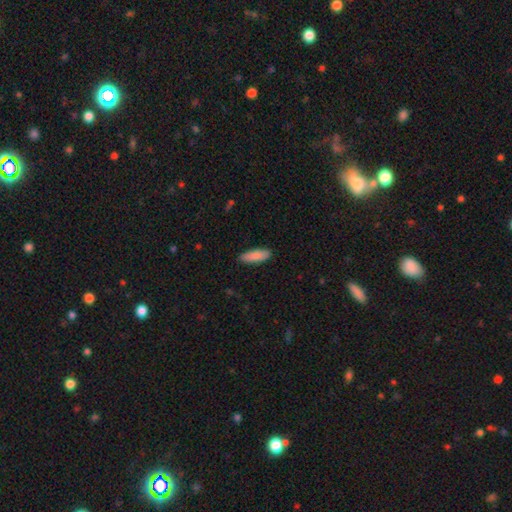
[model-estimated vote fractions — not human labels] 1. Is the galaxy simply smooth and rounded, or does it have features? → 88% smooth, 7% featured or disk, 6% star or artifact.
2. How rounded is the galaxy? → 58% in between, 41% cigar-shaped, 2% round.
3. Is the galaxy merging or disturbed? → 88% none, 10% minor disturbance, 2% major disturbance, 1% merger.